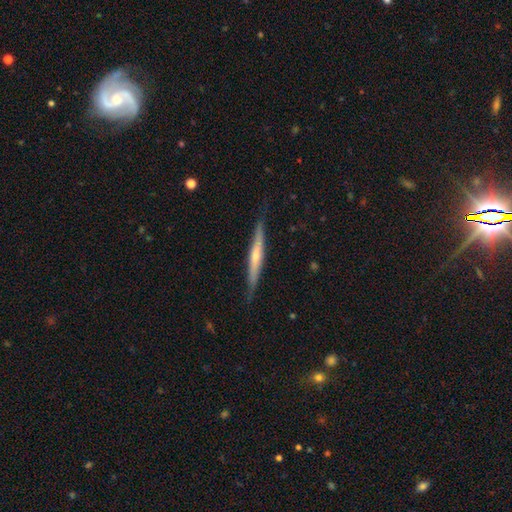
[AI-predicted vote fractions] A featured or disk galaxy (65%) viewed edge-on (96%) with a rounded central bulge (63%).

Vote fractions:
- Smooth or featured? featured or disk: 65% / smooth: 30% / star or artifact: 6%
- Edge-on disk? yes: 96% / no: 4%
- Edge-on bulge? rounded: 63% / none: 31% / boxy: 6%
- Merging? none: 84% / minor disturbance: 13% / major disturbance: 2% / merger: 1%